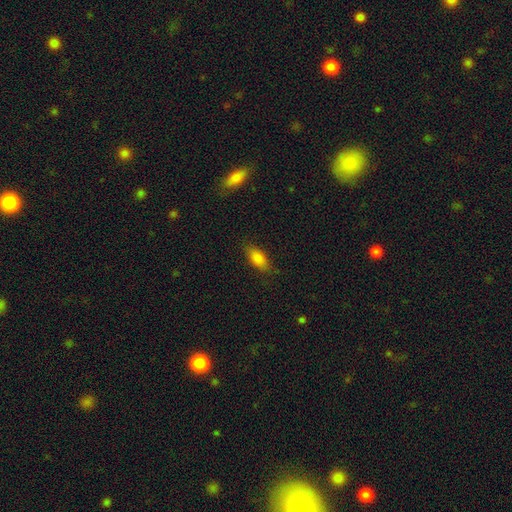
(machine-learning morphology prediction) Smooth or featured? smooth (81%)
How rounded? in between (81%)
Merging? none (81%)